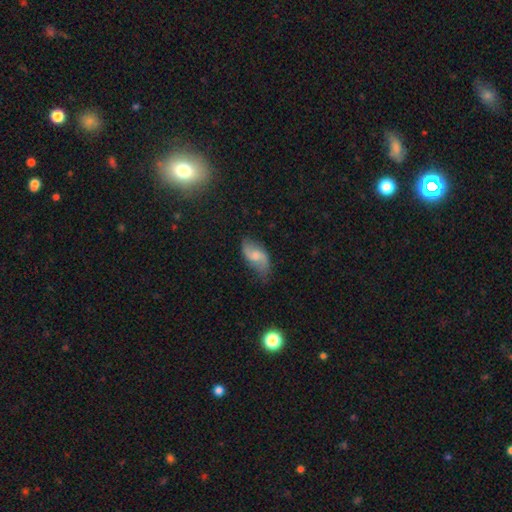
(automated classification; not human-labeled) featured or disk 62%, smooth 30%, star or artifact 8%. Down the decision tree: edge-on disk — no (96%); bar — no (47%); spiral arms — yes (92%); spiral arm count — 2 (90%); spiral winding — loose (67%); bulge size — moderate (35%); merging — none (69%).